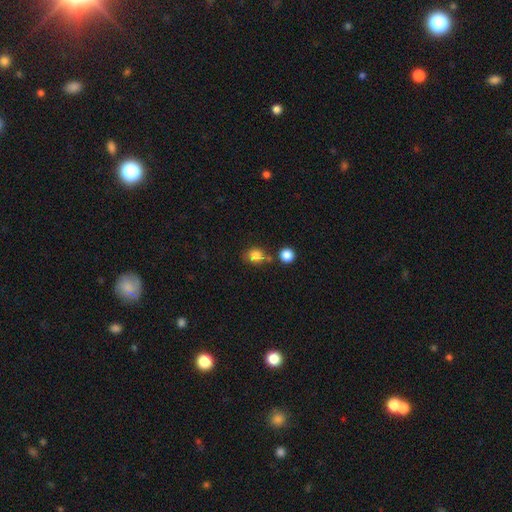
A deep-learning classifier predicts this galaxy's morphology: Smooth or featured: smooth — 82% (star or artifact — 12%)
How rounded: round — 71% (in between — 28%)
Merging: none — 61% (merger — 18%)